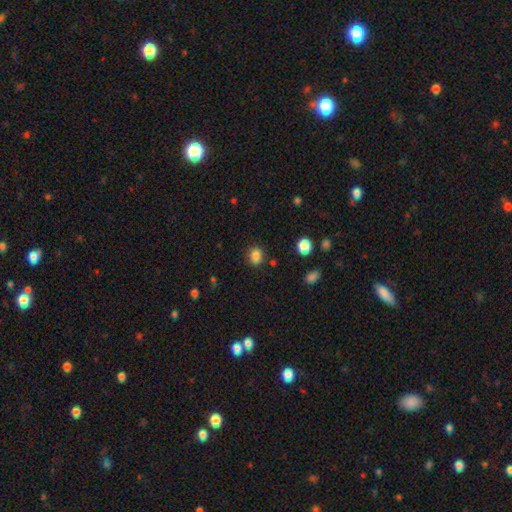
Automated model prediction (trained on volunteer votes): This appears to be a smooth galaxy with no disk features (83%) that is round (58%). Merging: none (84%).